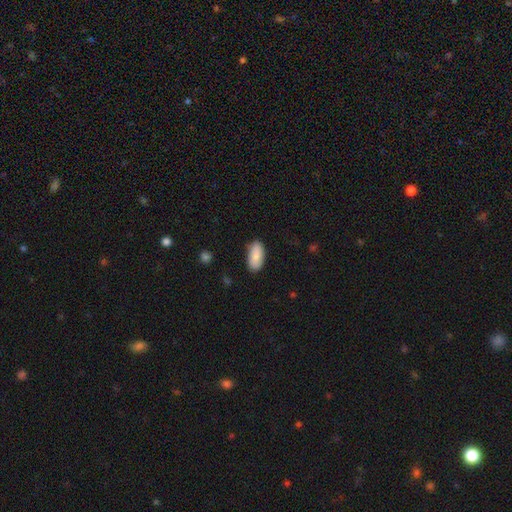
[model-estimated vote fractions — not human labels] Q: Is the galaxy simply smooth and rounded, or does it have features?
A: smooth — 88%.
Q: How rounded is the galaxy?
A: in between — 91%.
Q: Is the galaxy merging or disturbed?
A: none — 83%.